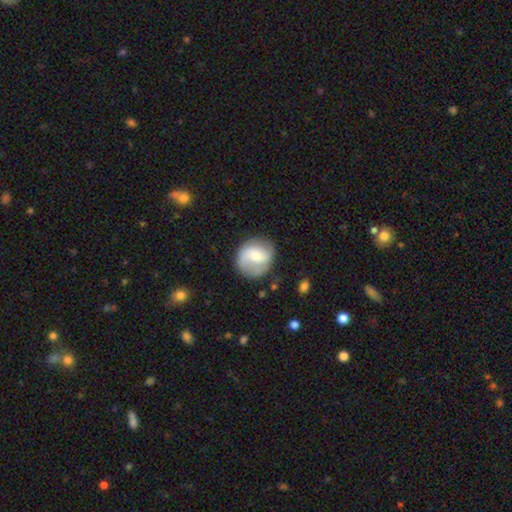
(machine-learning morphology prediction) A featured or disk galaxy (47%). Merging: none (75%).